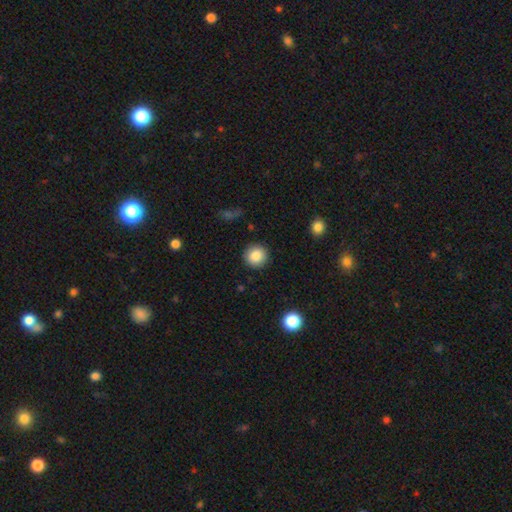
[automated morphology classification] A smooth galaxy with no disk features (86%) that is round (94%).

Vote fractions:
- Smooth or featured? smooth: 86% / star or artifact: 8% / featured or disk: 5%
- How rounded? round: 94% / in between: 5% / cigar-shaped: 1%
- Merging? none: 91% / minor disturbance: 6% / major disturbance: 2% / merger: 1%